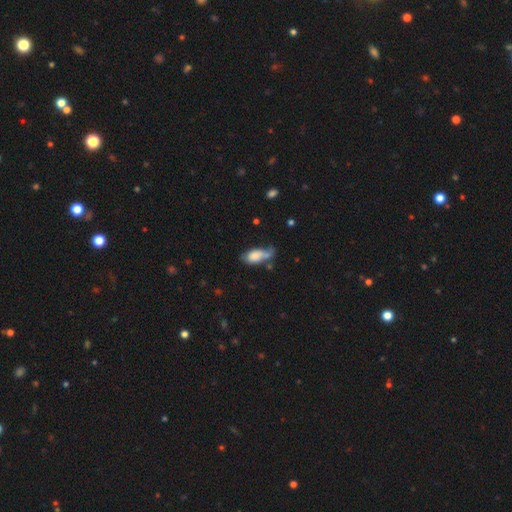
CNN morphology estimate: smooth_or_featured: smooth (p=0.74) [alt: featured or disk p=0.18]
how_rounded: in between (p=0.87) [alt: cigar-shaped p=0.08]
merging: none (p=0.33) [alt: minor disturbance p=0.27]